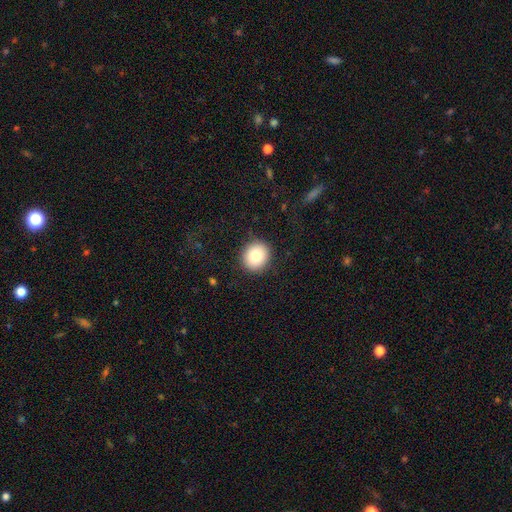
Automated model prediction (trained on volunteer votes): Smooth or featured? Predicted: smooth (p=0.80). How rounded? Predicted: round (p=0.85). Merging? Predicted: none (p=0.89).